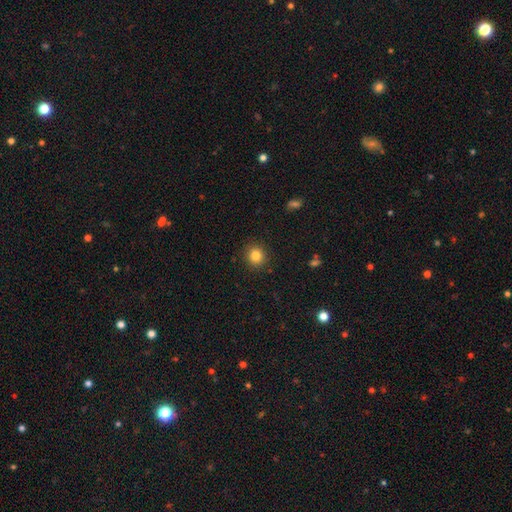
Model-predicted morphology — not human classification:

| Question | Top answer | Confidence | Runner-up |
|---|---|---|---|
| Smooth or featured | smooth | 83% | star or artifact (11%) |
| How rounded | round | 87% | in between (12%) |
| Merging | none | 91% | minor disturbance (6%) |